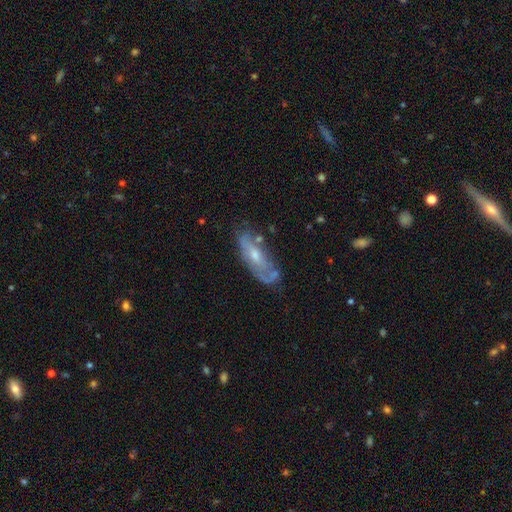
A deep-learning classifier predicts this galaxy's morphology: type=featured or disk (65%); edge-on=no (76%); merging=none (69%).